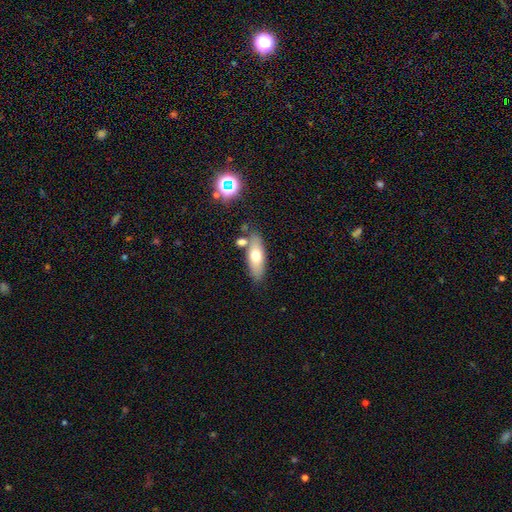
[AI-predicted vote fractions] A smooth galaxy with no disk features (63%) that is in between round and cigar-shaped (64%).

Vote fractions:
- Smooth or featured? smooth: 63% / featured or disk: 29% / star or artifact: 8%
- How rounded? in between: 64% / cigar-shaped: 32% / round: 3%
- Merging? none: 73% / minor disturbance: 13% / merger: 11% / major disturbance: 3%